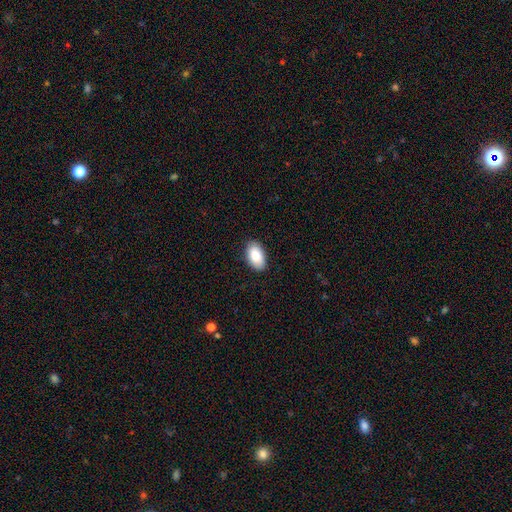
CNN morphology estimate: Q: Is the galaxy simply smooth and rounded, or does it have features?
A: smooth — 87%.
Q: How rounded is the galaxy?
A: in between — 95%.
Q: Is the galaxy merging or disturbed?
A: none — 87%.